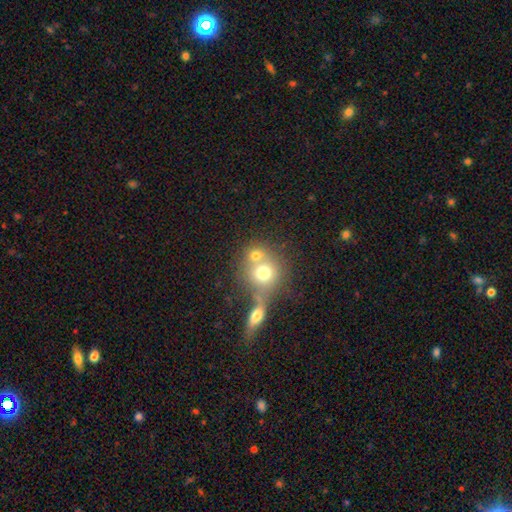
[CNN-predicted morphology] Smooth or featured?
  - smooth: 69% *
  - featured or disk: 19%
  - star or artifact: 13%
How rounded?
  - round: 80% *
  - in between: 19%
  - cigar-shaped: 1%
Merging?
  - merger: 52% *
  - none: 36%
  - minor disturbance: 7%
  - major disturbance: 5%